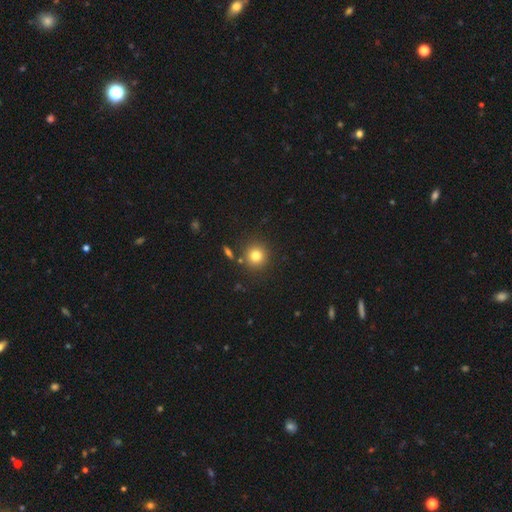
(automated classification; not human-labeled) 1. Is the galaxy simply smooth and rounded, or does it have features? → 80% smooth, 13% star or artifact, 8% featured or disk.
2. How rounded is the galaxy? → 93% round, 6% in between, 1% cigar-shaped.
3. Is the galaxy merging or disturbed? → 84% none, 7% minor disturbance, 6% merger, 3% major disturbance.